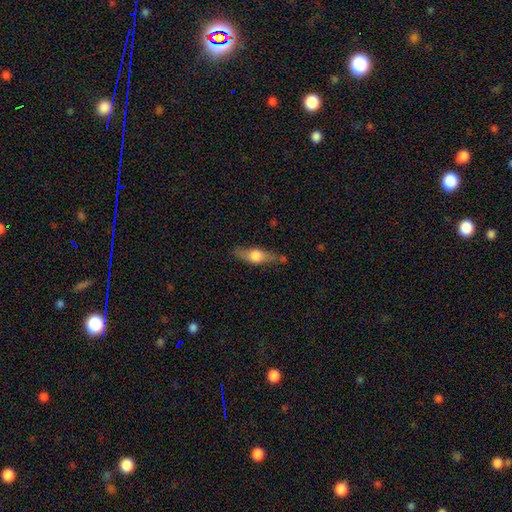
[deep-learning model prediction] smooth 48%, featured or disk 46%, star or artifact 7%. Down the decision tree: merging — none (71%).